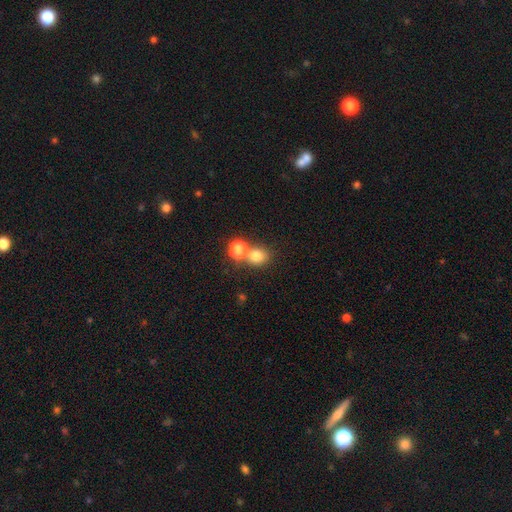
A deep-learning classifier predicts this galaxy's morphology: Smooth or featured: smooth — 77% (star or artifact — 14%)
How rounded: round — 76% (in between — 23%)
Merging: none — 51% (merger — 39%)